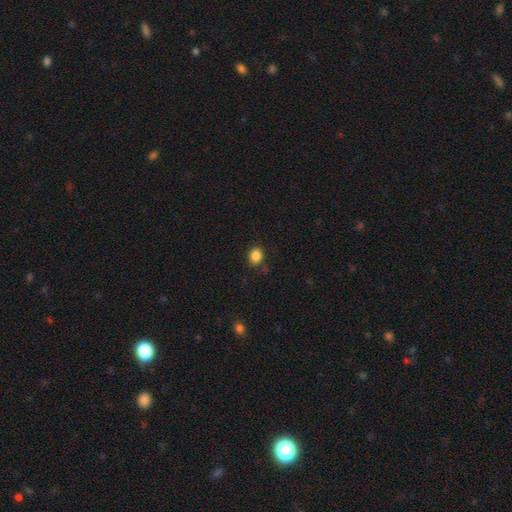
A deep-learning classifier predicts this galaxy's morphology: Smooth or featured? smooth (86%)
How rounded? round (56%)
Merging? none (82%)